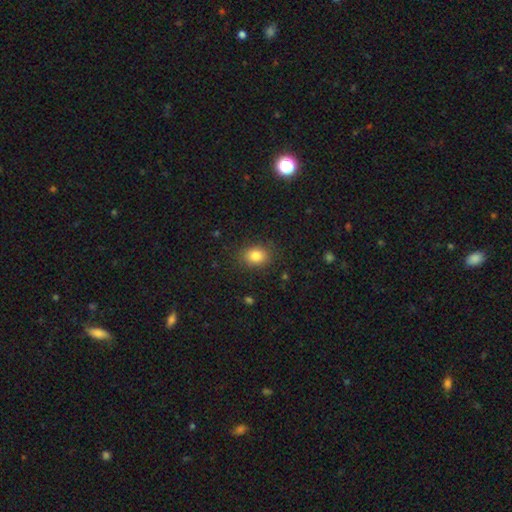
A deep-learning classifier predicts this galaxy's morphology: type=smooth (83%); roundness=in between (61%); merging=none (84%).